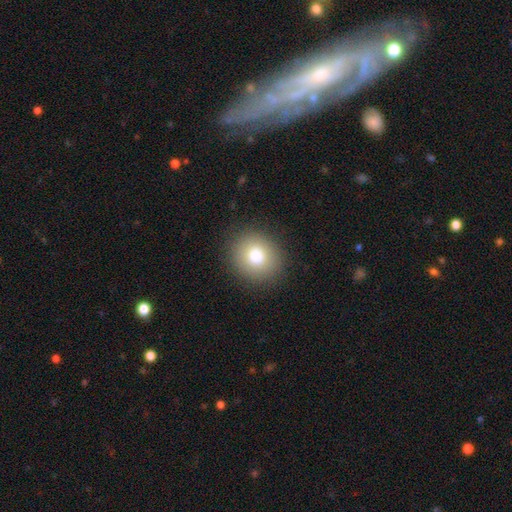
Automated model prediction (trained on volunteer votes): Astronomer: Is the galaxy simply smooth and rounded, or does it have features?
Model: smooth — 81%.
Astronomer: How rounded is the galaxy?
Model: round — 81%.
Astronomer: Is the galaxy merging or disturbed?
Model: none — 88%.